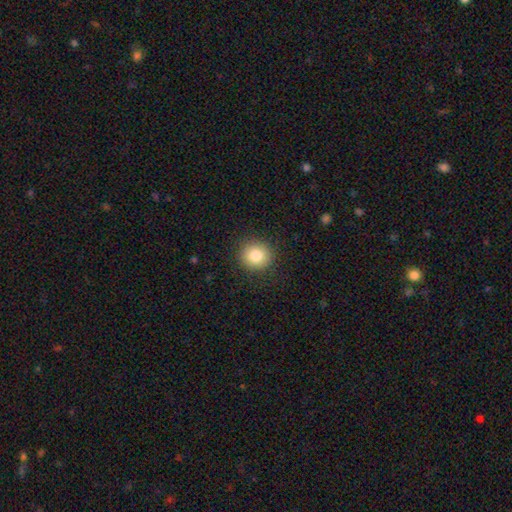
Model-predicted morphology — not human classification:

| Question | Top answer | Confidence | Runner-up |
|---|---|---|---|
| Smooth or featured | smooth | 84% | star or artifact (10%) |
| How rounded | round | 88% | in between (11%) |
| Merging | none | 90% | minor disturbance (7%) |